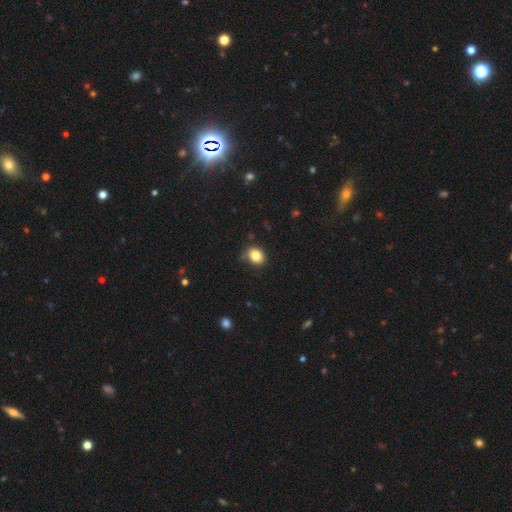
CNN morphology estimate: type=smooth (83%); roundness=round (51%); merging=none (78%).